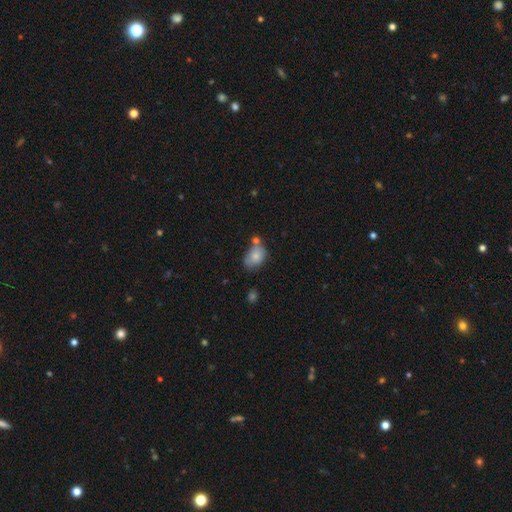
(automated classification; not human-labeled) smooth_or_featured: smooth (p=0.78) [alt: featured or disk p=0.13]
how_rounded: in between (p=0.76) [alt: round p=0.23]
merging: none (p=0.45) [alt: minor disturbance p=0.25]